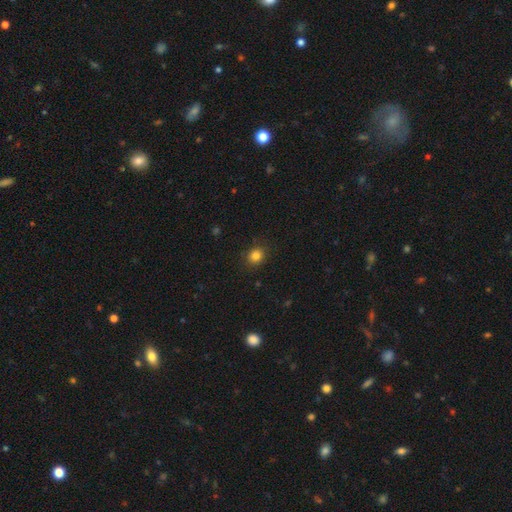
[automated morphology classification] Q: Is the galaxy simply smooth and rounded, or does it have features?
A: smooth — 83%.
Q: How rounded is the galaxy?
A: round — 75%.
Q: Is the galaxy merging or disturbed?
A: none — 87%.